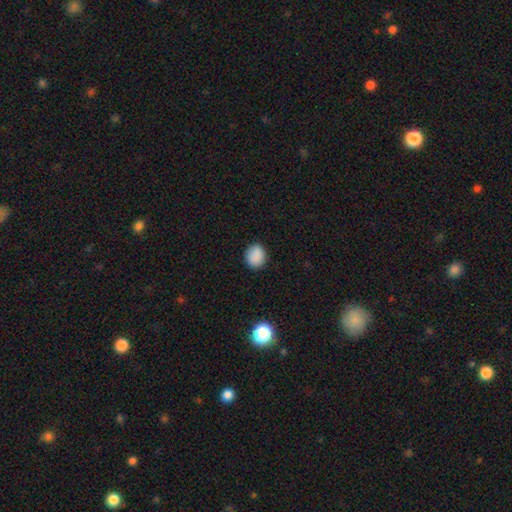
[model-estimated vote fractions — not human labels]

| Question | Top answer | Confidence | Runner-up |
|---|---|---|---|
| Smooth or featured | smooth | 88% | star or artifact (9%) |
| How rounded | round | 68% | in between (31%) |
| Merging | none | 88% | minor disturbance (9%) |